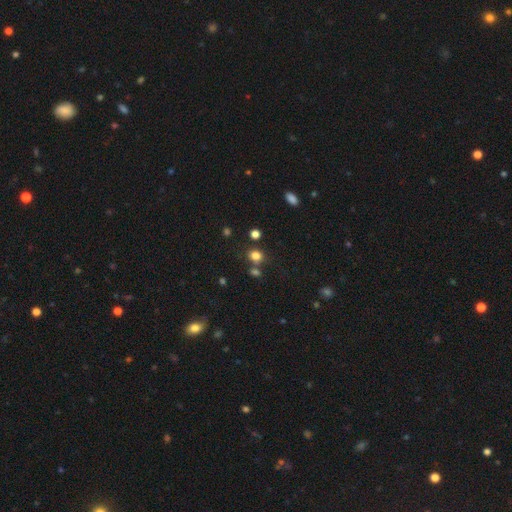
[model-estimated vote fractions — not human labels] The model was most divided on "how rounded": round: 64%, in between: 35%, cigar-shaped: 1%. More confident: smooth or featured — smooth (79%); merging — none (69%).